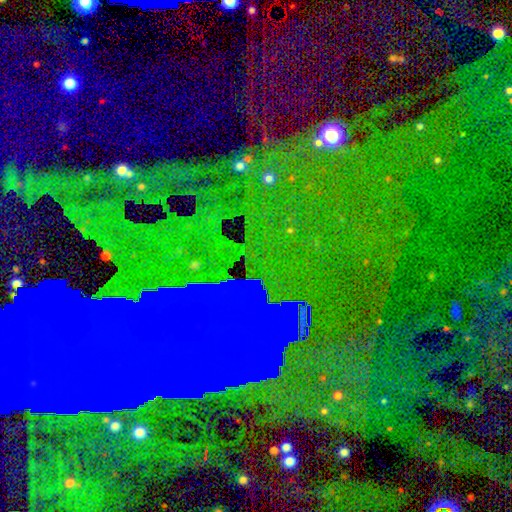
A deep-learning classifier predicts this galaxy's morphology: The model was most divided on "smooth or featured": star or artifact: 72%, featured or disk: 18%, smooth: 10%.